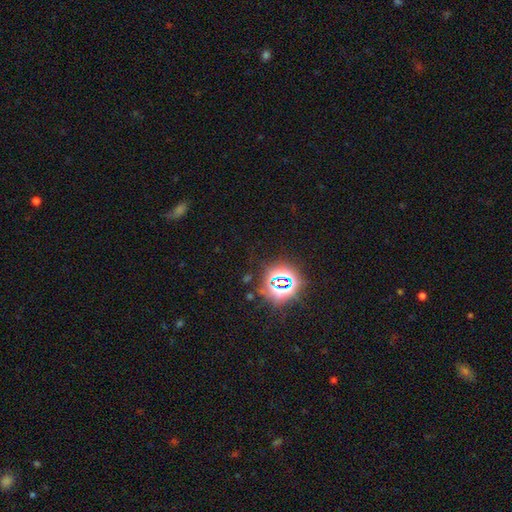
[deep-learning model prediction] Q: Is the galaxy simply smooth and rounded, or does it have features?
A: star or artifact — 77%.